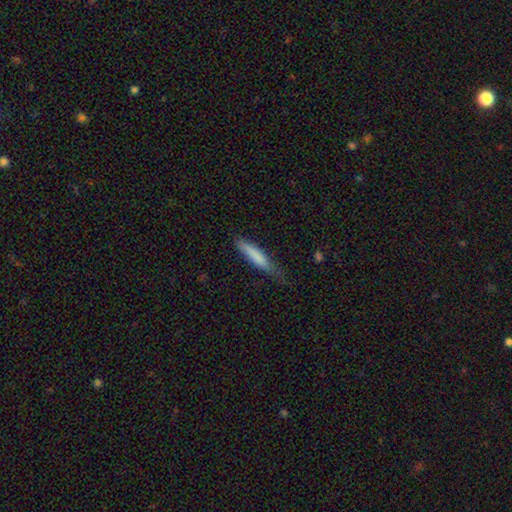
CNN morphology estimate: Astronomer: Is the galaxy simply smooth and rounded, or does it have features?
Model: smooth — 79%.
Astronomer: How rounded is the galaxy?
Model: cigar-shaped — 86%.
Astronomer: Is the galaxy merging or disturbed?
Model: none — 56% (runner-up: minor disturbance, 33%).